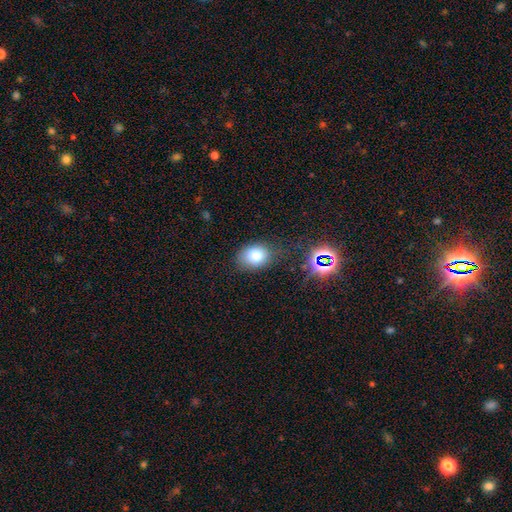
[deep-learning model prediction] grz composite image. It shows a smooth galaxy with no disk features (78%) that is in between round and cigar-shaped (62%). Merging: none (76%).